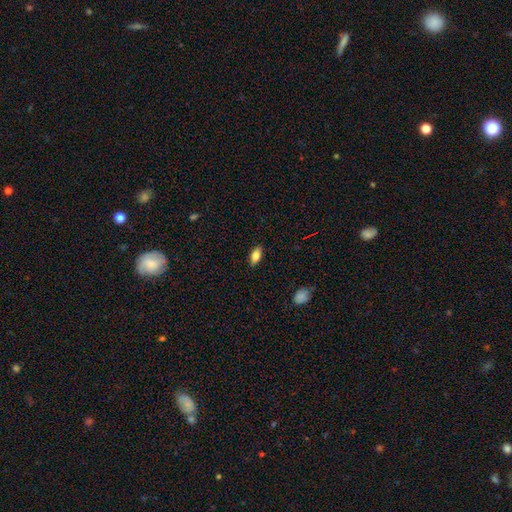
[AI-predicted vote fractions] Overall: smooth (74%). How rounded: in between (85%). Merging: none (88%).